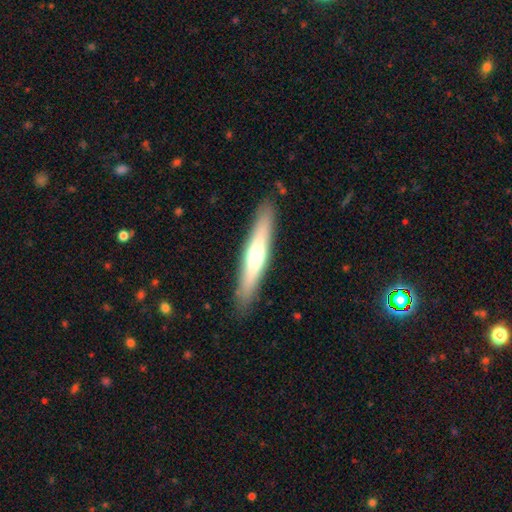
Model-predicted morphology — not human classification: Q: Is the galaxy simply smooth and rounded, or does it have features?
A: smooth — 48%.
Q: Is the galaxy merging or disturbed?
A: none — 89%.